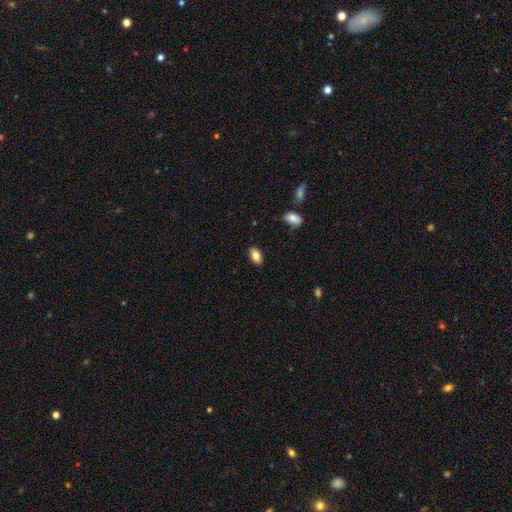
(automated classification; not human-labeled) Q: Smooth or featured?
A: smooth (84%); runner-up: star or artifact (8%)
Q: How rounded?
A: in between (90%); runner-up: round (8%)
Q: Merging?
A: none (87%); runner-up: minor disturbance (9%)